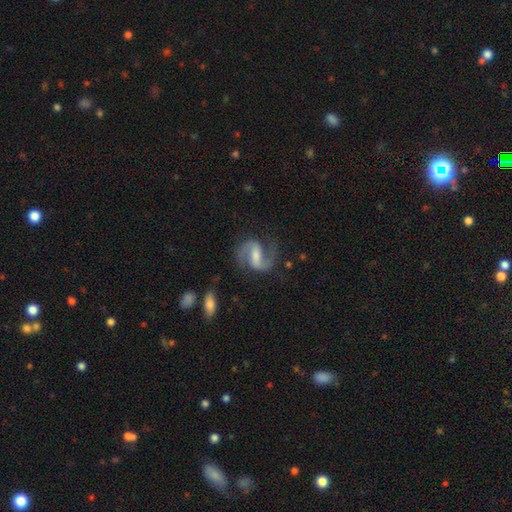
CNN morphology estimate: Smooth or featured? featured or disk (89%)
Edge-on disk? no (98%)
Bar? weak (44%)
Spiral arms? yes (98%)
Spiral winding? medium (60%)
Spiral arm count? 2 (93%)
Bulge size? moderate (39%)
Merging? none (76%)